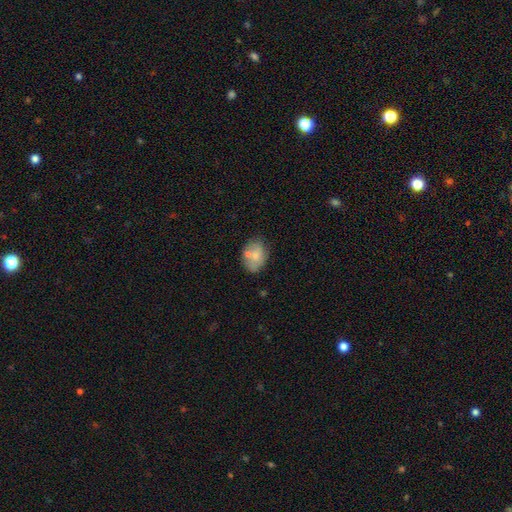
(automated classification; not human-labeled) Q: Smooth or featured?
A: smooth (66%); runner-up: featured or disk (27%)
Q: How rounded?
A: in between (76%); runner-up: round (23%)
Q: Merging?
A: none (57%); runner-up: minor disturbance (22%)